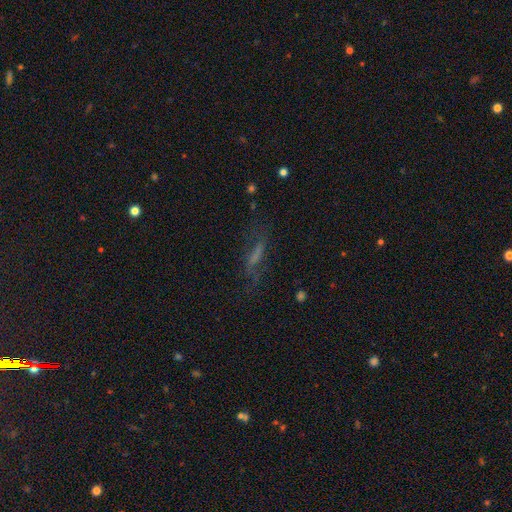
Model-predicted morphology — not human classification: Overall: smooth (40%; featured or disk 39%). Merging: none (57%; major disturbance 21%).